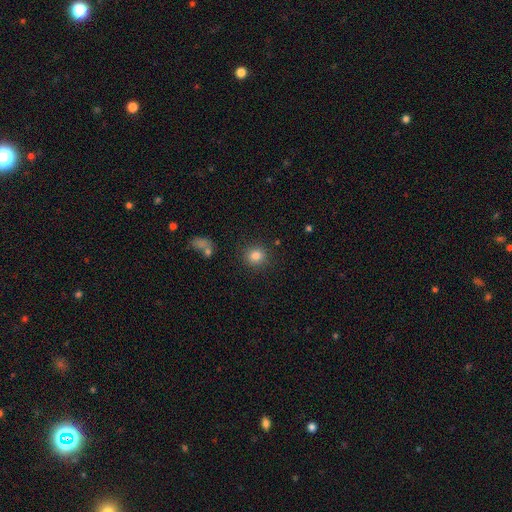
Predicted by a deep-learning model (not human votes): Morphology: type=smooth (83%); roundness=round (85%); merging=none (86%).